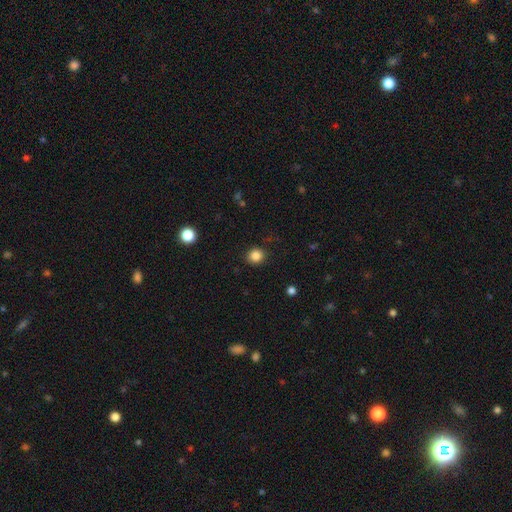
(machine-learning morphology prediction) This is clearly a smooth galaxy (85%). How rounded: clearly round (89%). Merging: clearly none (90%).